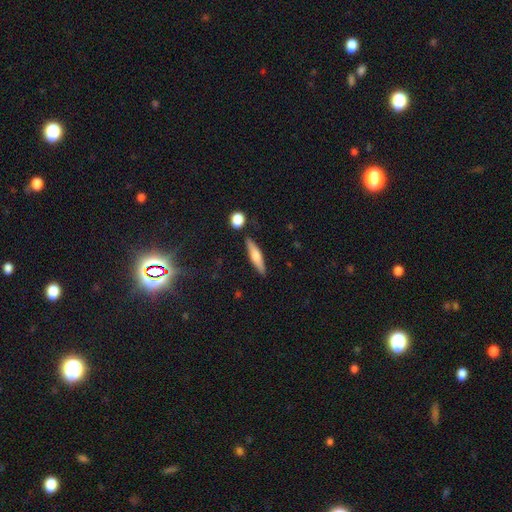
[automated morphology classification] Smooth or featured: smooth — 55% (featured or disk — 38%)
How rounded: cigar-shaped — 78% (in between — 19%)
Merging: none — 84% (minor disturbance — 10%)